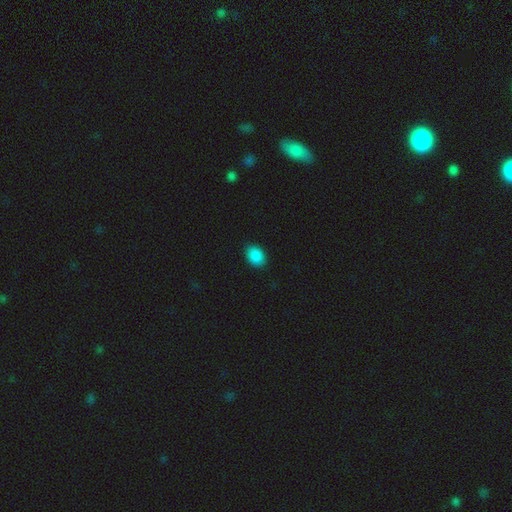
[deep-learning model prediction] smooth-or-featured: smooth: 88% | star or artifact: 9% | featured or disk: 3%
  how-rounded: in between: 71% | round: 28% | cigar-shaped: 1%
  merging: none: 89% | minor disturbance: 8% | major disturbance: 2% | merger: 1%